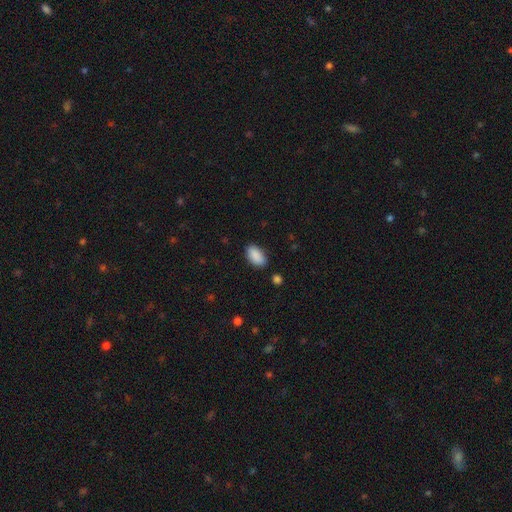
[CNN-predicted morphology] A smooth galaxy with no disk features (90%) that is in between round and cigar-shaped (94%). Merging: none (85%).